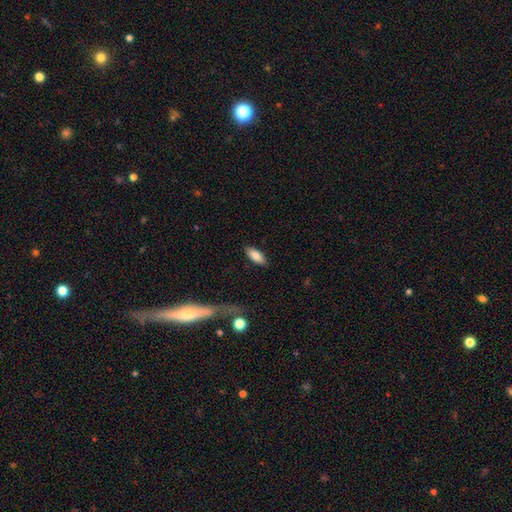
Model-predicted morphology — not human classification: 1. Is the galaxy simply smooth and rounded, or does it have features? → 82% smooth, 11% featured or disk, 7% star or artifact.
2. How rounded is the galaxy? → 83% in between, 15% cigar-shaped, 2% round.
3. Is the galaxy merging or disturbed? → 85% none, 10% minor disturbance, 3% major disturbance, 2% merger.